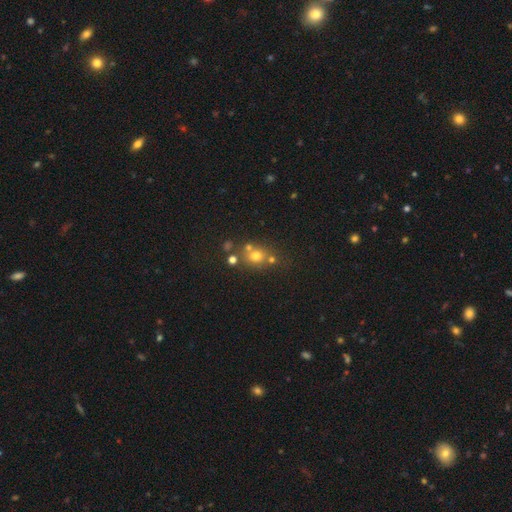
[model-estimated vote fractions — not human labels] smooth-or-featured: smooth: 65% | star or artifact: 21% | featured or disk: 14%
  how-rounded: round: 74% | in between: 25% | cigar-shaped: 1%
  merging: none: 58% | merger: 25% | minor disturbance: 11% | major disturbance: 5%